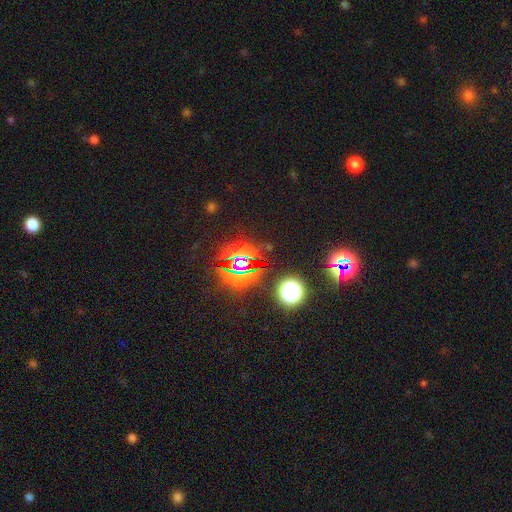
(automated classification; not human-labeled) Smooth or featured? Predicted: star or artifact (p=0.81).